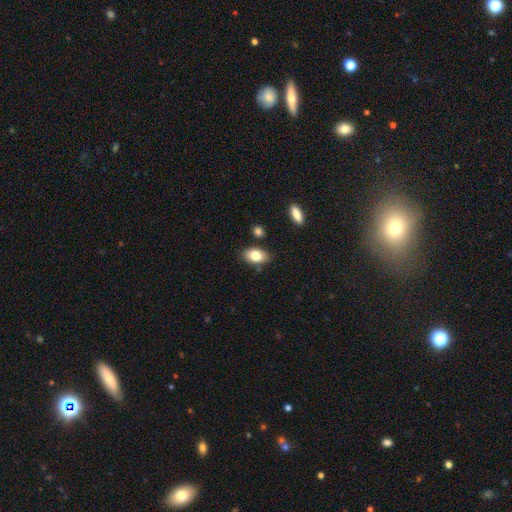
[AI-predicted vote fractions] Smooth or featured? smooth (81%)
How rounded? in between (89%)
Merging? none (80%)